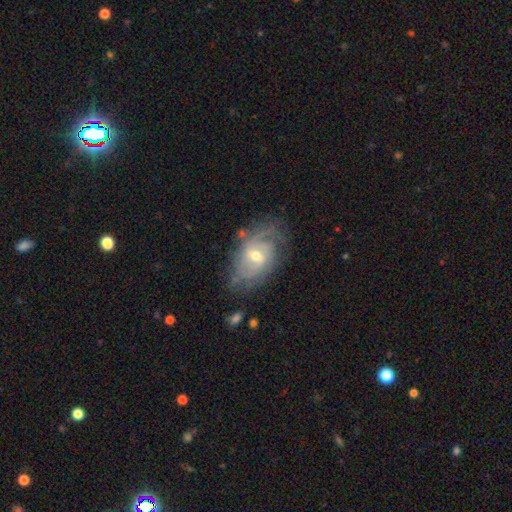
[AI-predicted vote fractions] A featured or disk galaxy (81%) with a weak bar (46%), tight (54%) spiral arms (90%) and a moderate central bulge (57%). Merging: none (66%).